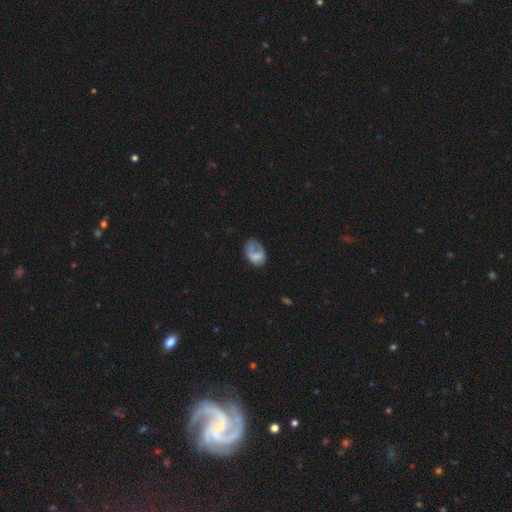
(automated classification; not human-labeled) smooth-or-featured: smooth: 61% | featured or disk: 30% | star or artifact: 9%
  how-rounded: in between: 78% | round: 21% | cigar-shaped: 1%
  merging: none: 34% | major disturbance: 32% | minor disturbance: 30% | merger: 5%